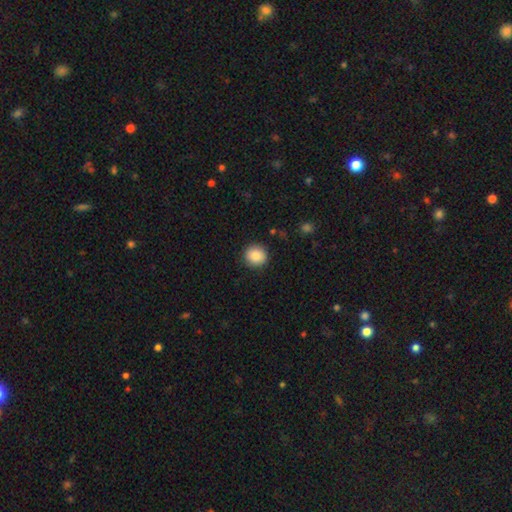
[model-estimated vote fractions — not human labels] This is clearly a smooth galaxy (87%). How rounded: clearly round (92%). Merging: clearly none (91%).